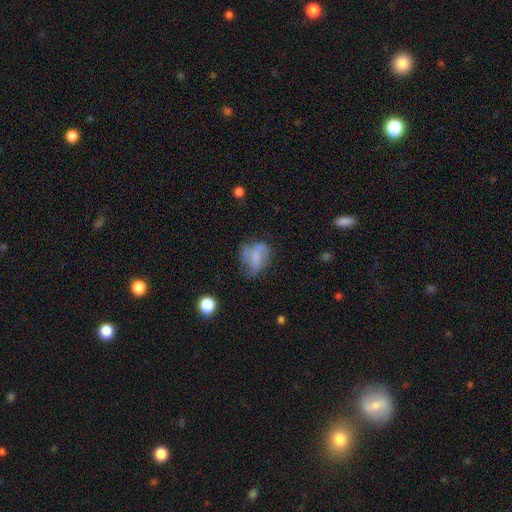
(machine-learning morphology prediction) Smooth or featured? Predicted: smooth (p=0.56). How rounded? Predicted: in between (p=0.56). Merging? Predicted: none (p=0.42).